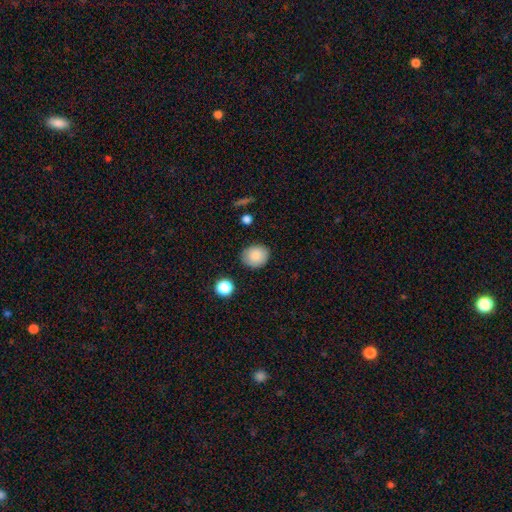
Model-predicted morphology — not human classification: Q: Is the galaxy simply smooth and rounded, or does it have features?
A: smooth — 87%.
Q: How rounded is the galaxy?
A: round — 71%.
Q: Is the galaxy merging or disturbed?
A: none — 85%.